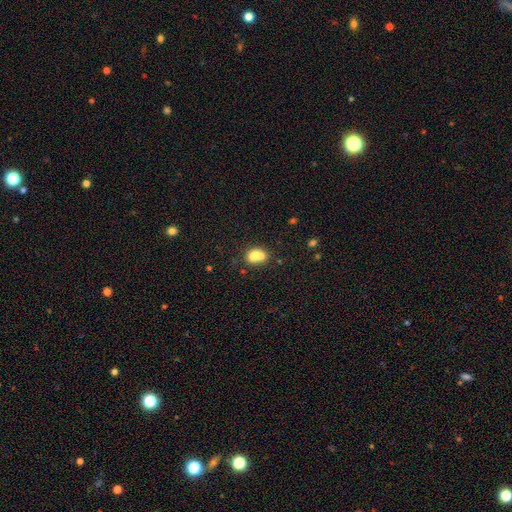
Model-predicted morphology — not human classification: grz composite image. It shows a smooth galaxy with no disk features (72%) that is round (50%). Merging: merger (61%).